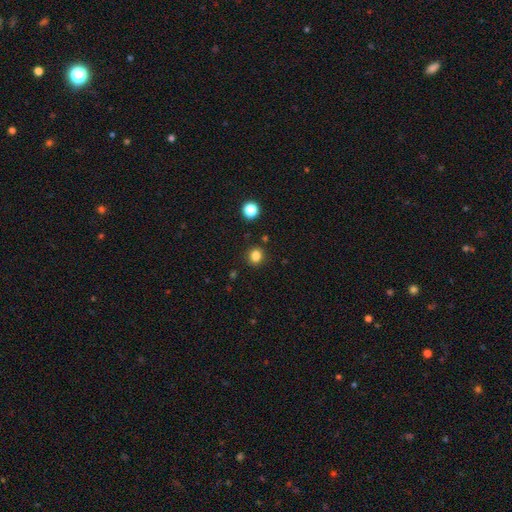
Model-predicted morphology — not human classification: Q: Smooth or featured?
A: smooth (82%); runner-up: star or artifact (13%)
Q: How rounded?
A: round (80%); runner-up: in between (19%)
Q: Merging?
A: none (89%); runner-up: minor disturbance (7%)